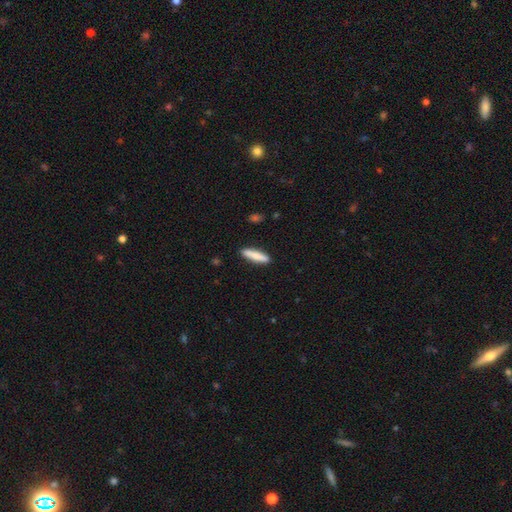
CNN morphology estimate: smooth 80%, featured or disk 14%, star or artifact 5%. Down the decision tree: how rounded — cigar-shaped (82%); merging — none (90%).